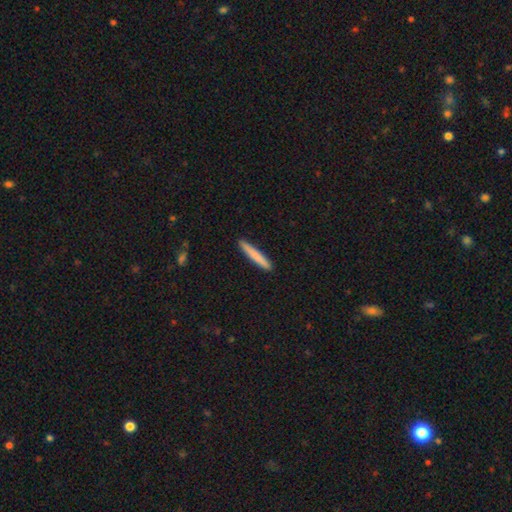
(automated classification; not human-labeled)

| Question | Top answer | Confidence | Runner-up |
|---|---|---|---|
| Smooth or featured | smooth | 79% | featured or disk (16%) |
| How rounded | cigar-shaped | 96% | in between (3%) |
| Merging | none | 91% | minor disturbance (7%) |